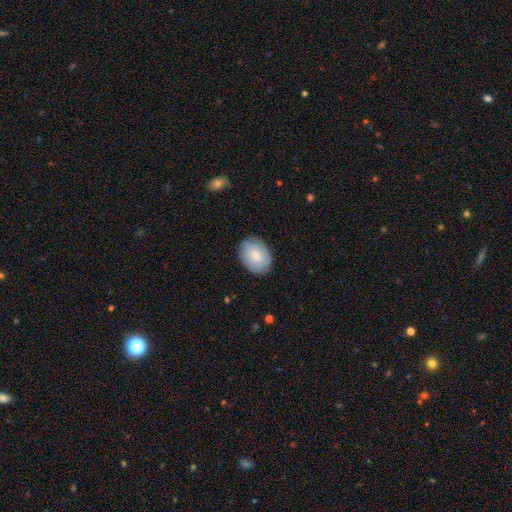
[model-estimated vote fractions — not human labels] Overall: smooth (76%). How rounded: in between (76%). Merging: none (82%).